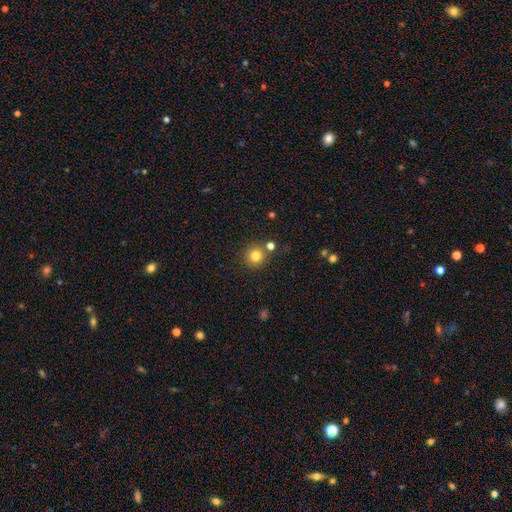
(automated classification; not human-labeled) Smooth or featured? smooth (81%)
How rounded? round (94%)
Merging? none (81%)